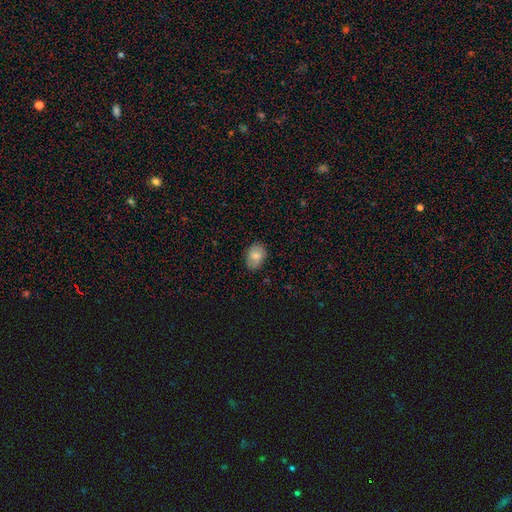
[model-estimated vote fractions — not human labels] Smooth or featured?
  - smooth: 79% *
  - featured or disk: 14%
  - star or artifact: 8%
How rounded?
  - in between: 76% *
  - round: 23%
  - cigar-shaped: 1%
Merging?
  - none: 81% *
  - minor disturbance: 16%
  - major disturbance: 3%
  - merger: 1%